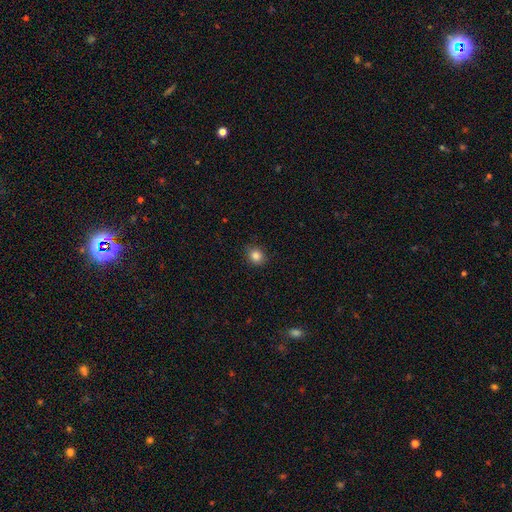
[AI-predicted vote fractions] Morphology: type=smooth (85%); roundness=round (76%); merging=none (86%).